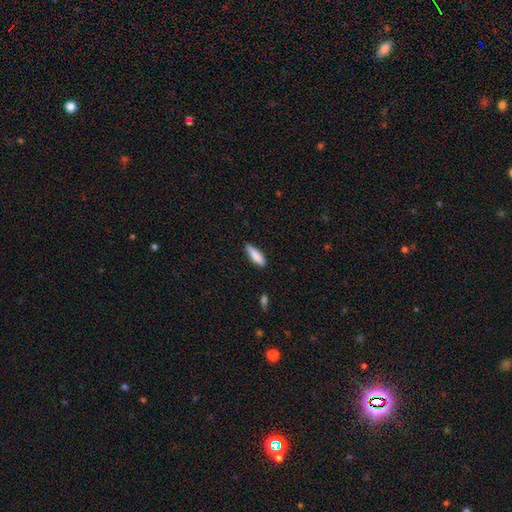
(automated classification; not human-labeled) smooth 85%, featured or disk 9%, star or artifact 6%. Down the decision tree: how rounded — cigar-shaped (57%); merging — none (81%).